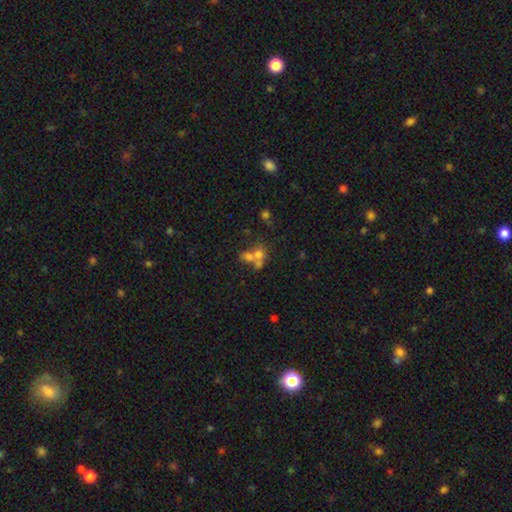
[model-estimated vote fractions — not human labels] Overall: smooth (58%; featured or disk 24%). How rounded: round (69%; in between 30%). Merging: merger (59%; none 28%).